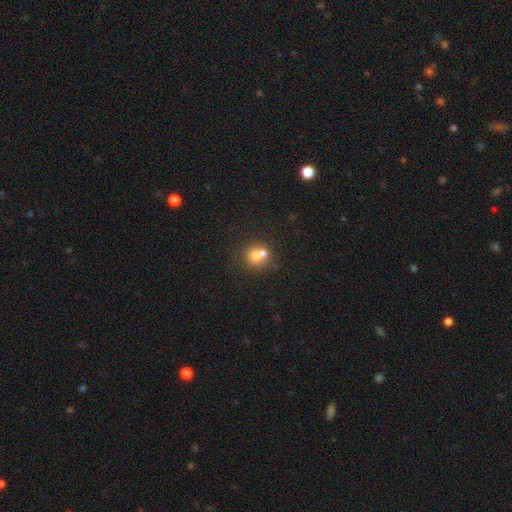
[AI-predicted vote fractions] Smooth or featured? smooth (68%)
How rounded? round (83%)
Merging? merger (50%)